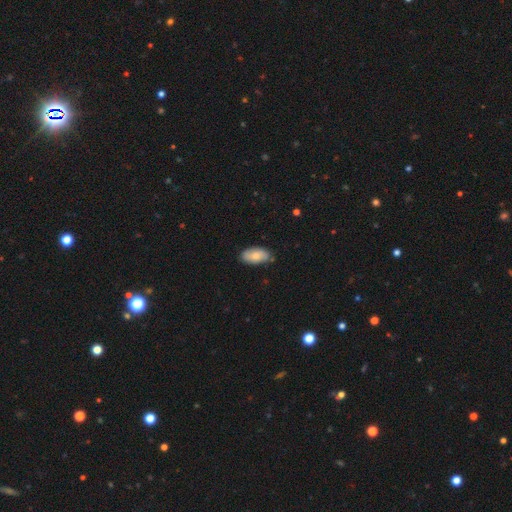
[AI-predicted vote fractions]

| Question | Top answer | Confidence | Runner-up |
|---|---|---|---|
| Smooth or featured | smooth | 69% | featured or disk (25%) |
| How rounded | in between | 94% | round (3%) |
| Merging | none | 78% | minor disturbance (17%) |